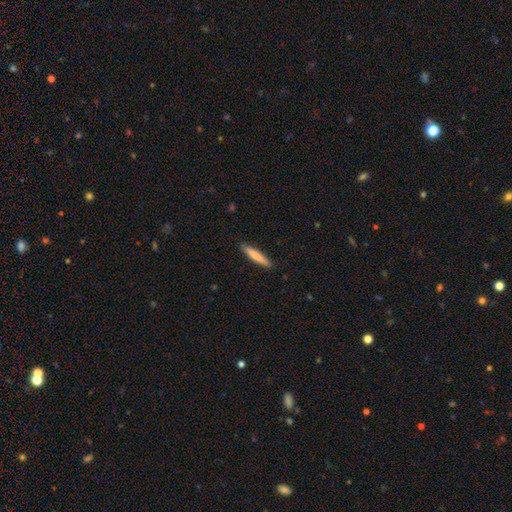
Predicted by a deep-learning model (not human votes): Morphology: type=smooth (77%); roundness=cigar-shaped (92%); merging=none (90%).